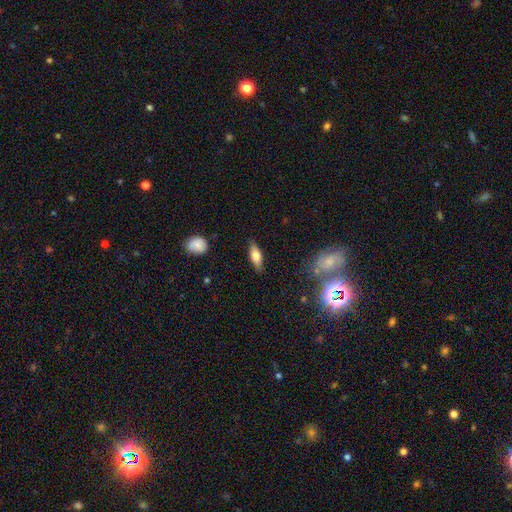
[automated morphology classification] Smooth or featured?
  - smooth: 63% *
  - featured or disk: 30%
  - star or artifact: 7%
How rounded?
  - in between: 64% *
  - cigar-shaped: 33%
  - round: 3%
Merging?
  - none: 83% *
  - minor disturbance: 13%
  - major disturbance: 3%
  - merger: 1%